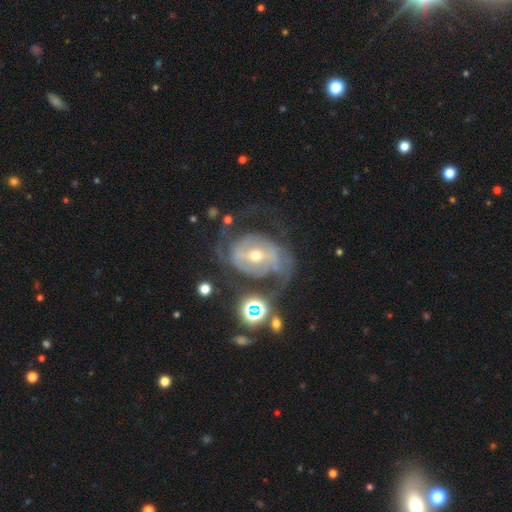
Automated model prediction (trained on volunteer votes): featured or disk 84%, smooth 9%, star or artifact 7%. Down the decision tree: edge-on disk — no (96%); bar — weak (39%); spiral arms — yes (87%); spiral arm count — 2 (58%); spiral winding — medium (43%); bulge size — moderate (49%); merging — none (50%).